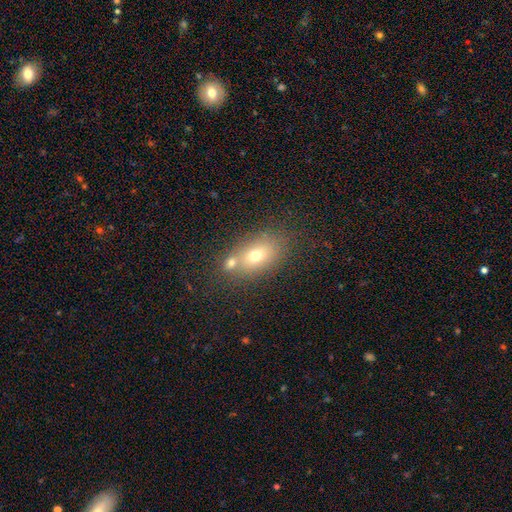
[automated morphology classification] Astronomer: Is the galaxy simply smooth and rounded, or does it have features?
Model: smooth — 67%.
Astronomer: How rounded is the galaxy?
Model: in between — 75%.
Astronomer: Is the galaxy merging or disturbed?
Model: none — 51% (runner-up: merger, 33%).